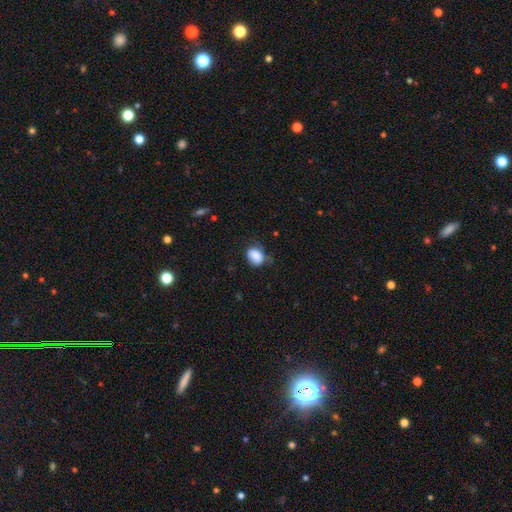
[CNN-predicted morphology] The model was most divided on "merging": none: 52%, minor disturbance: 34%, major disturbance: 11%, merger: 3%. More confident: smooth or featured — smooth (84%); how rounded — in between (64%).